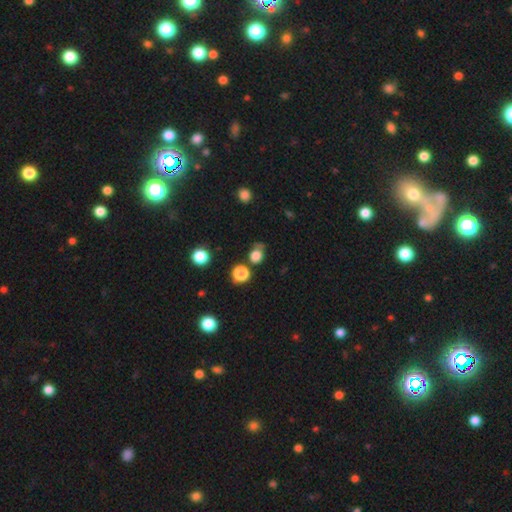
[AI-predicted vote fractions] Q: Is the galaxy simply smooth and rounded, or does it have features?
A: smooth — 78%.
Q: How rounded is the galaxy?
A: round — 81%.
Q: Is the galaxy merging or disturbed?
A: none — 65%.